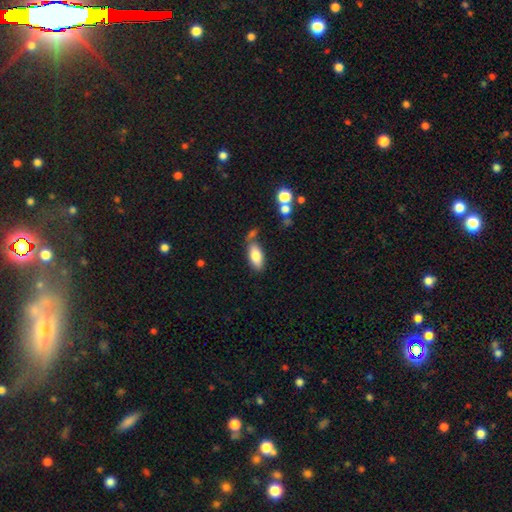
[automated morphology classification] The model was most divided on "merging": none: 61%, minor disturbance: 18%, merger: 16%, major disturbance: 6%. More confident: how rounded — in between (88%); smooth or featured — smooth (79%).